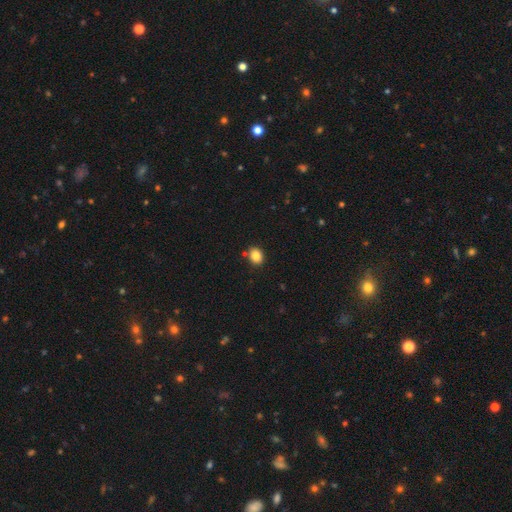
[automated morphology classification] A smooth galaxy with no disk features (86%) that is in between round and cigar-shaped (52%).

Vote fractions:
- Smooth or featured? smooth: 86% / star or artifact: 10% / featured or disk: 5%
- How rounded? in between: 52% / round: 47% / cigar-shaped: 1%
- Merging? none: 84% / minor disturbance: 9% / merger: 4% / major disturbance: 2%